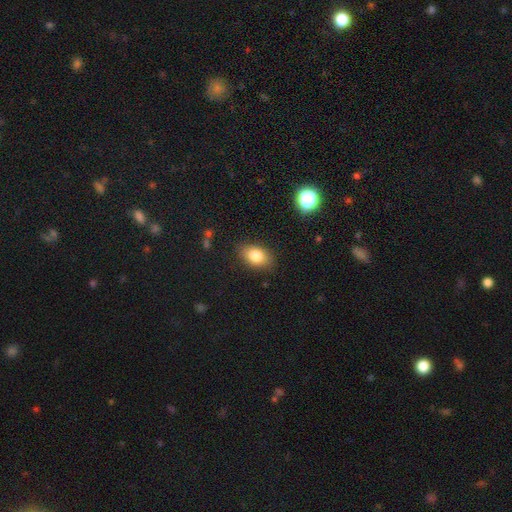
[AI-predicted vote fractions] Morphology: type=smooth (82%); roundness=in between (84%); merging=none (84%).